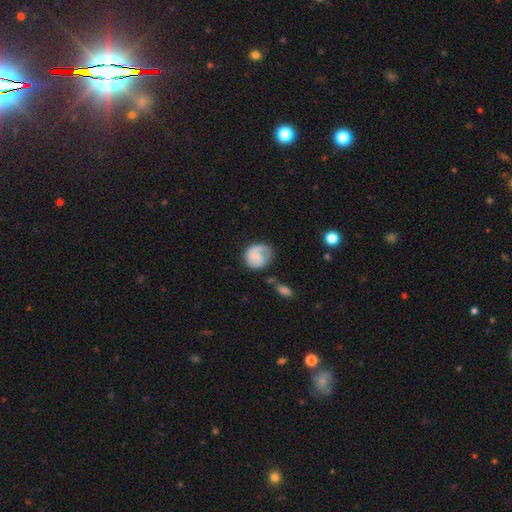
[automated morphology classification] The model was most divided on "smooth or featured": smooth: 51%, featured or disk: 42%, star or artifact: 7%. Remaining: how rounded — round (75%); merging — none (50%).